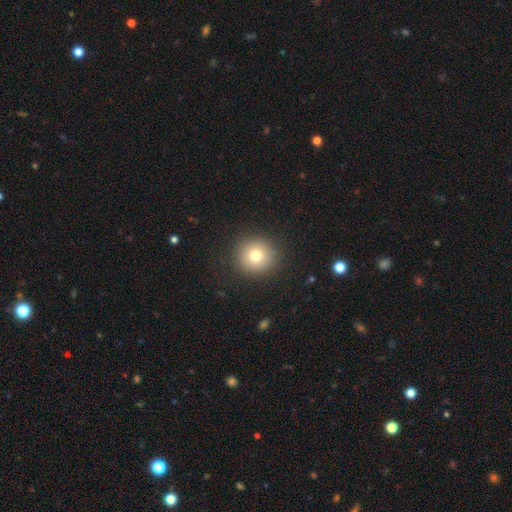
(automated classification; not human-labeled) Smooth or featured? smooth (76%)
How rounded? round (93%)
Merging? none (90%)